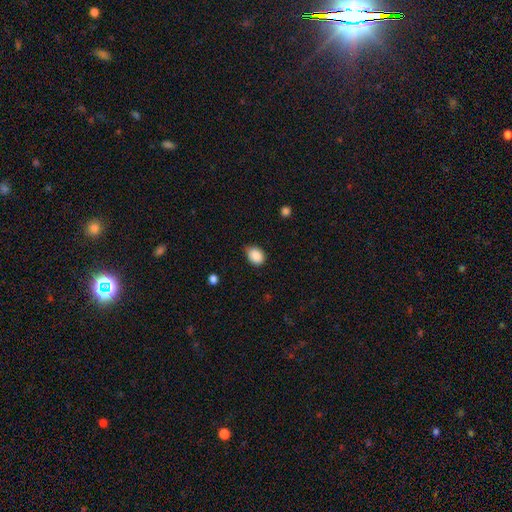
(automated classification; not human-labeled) The model was most divided on "how rounded": in between: 64%, round: 35%, cigar-shaped: 1%. More confident: smooth or featured — smooth (88%); merging — none (72%).